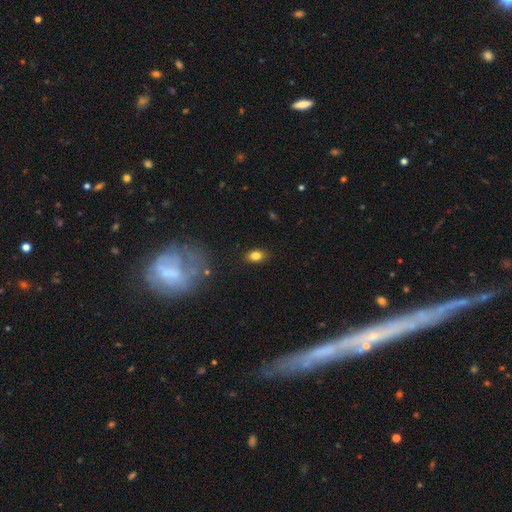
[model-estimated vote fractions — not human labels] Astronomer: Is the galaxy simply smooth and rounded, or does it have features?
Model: smooth — 81%.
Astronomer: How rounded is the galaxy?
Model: in between — 84%.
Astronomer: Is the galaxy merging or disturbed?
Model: none — 86%.